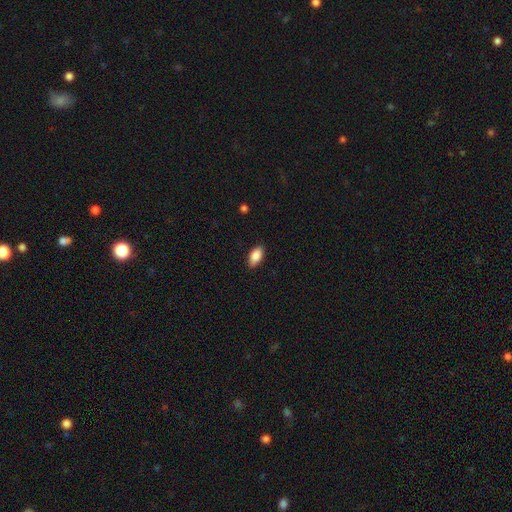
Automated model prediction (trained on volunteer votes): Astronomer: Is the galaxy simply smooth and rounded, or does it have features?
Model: smooth — 87%.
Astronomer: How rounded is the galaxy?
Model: in between — 92%.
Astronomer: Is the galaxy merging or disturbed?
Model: none — 87%.